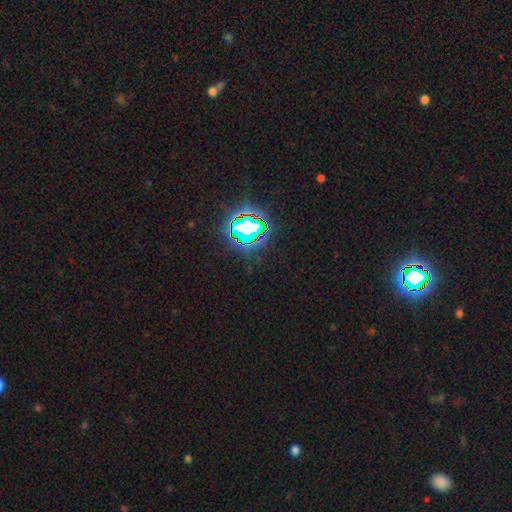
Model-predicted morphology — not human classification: Smooth or featured: star or artifact — 82% (smooth — 11%)